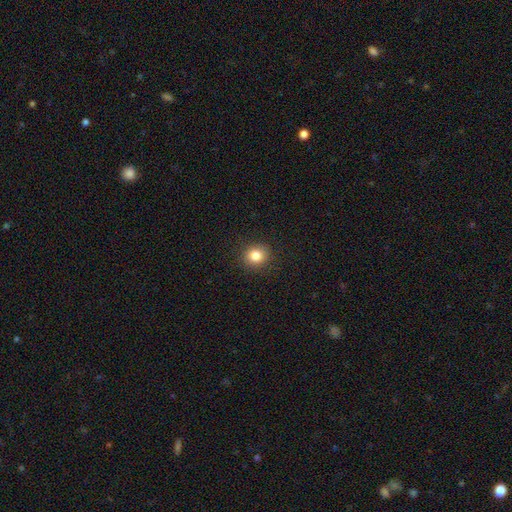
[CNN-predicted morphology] Overall: smooth (83%). How rounded: round (84%). Merging: none (90%).